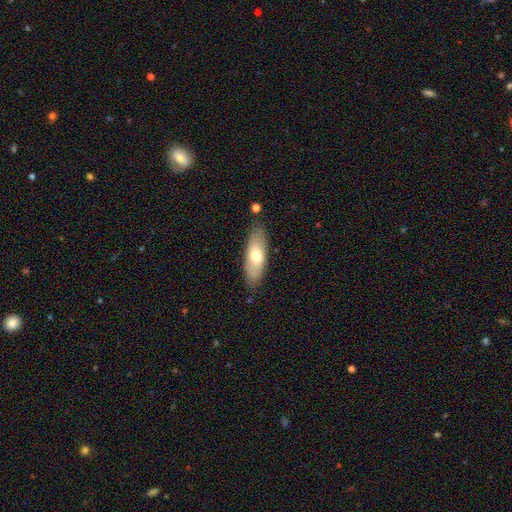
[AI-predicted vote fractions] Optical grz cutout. It shows a smooth galaxy with no disk features (64%) that is in between round and cigar-shaped (65%). Merging: none (82%).